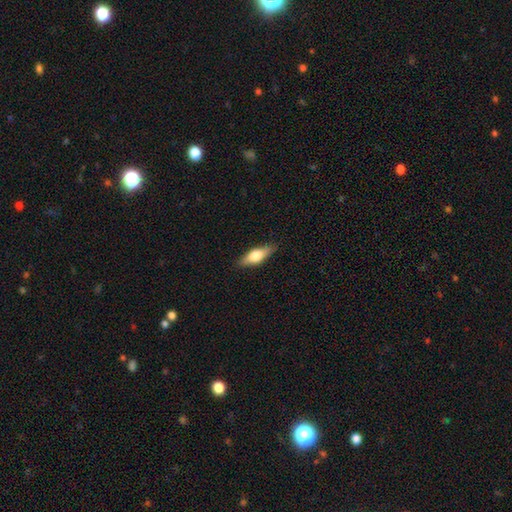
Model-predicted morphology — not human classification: Smooth or featured? smooth (61%)
How rounded? in between (59%)
Merging? none (87%)